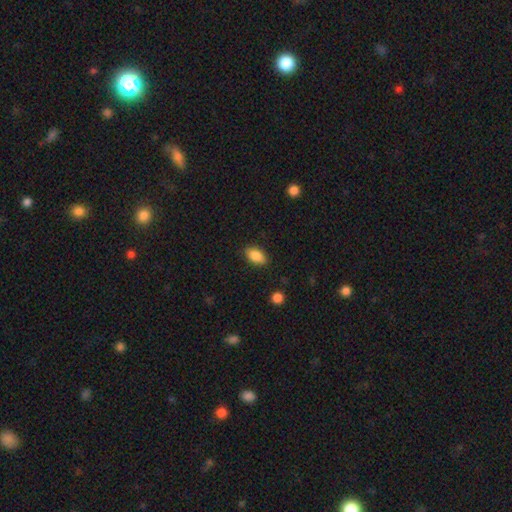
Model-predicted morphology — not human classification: Overall: smooth (86%). How rounded: in between (90%). Merging: none (86%).